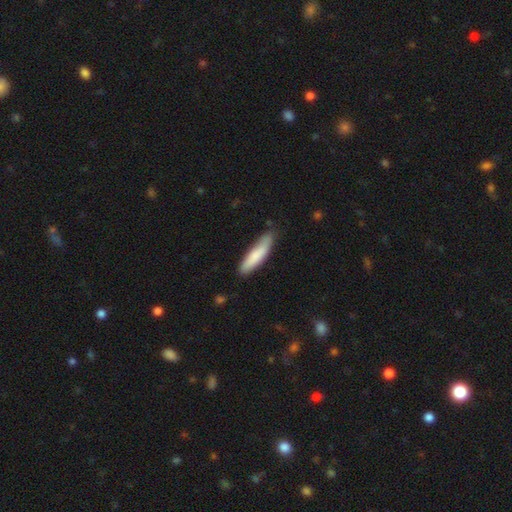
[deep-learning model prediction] Smooth or featured? Predicted: smooth (p=0.81). How rounded? Predicted: cigar-shaped (p=0.75). Merging? Predicted: none (p=0.76).